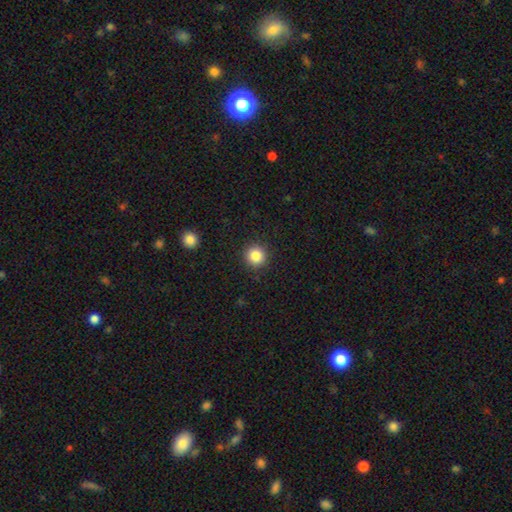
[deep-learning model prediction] Smooth or featured?
  - smooth: 84% *
  - star or artifact: 10%
  - featured or disk: 5%
How rounded?
  - round: 95% *
  - in between: 4%
  - cigar-shaped: 1%
Merging?
  - none: 92% *
  - minor disturbance: 5%
  - major disturbance: 2%
  - merger: 1%